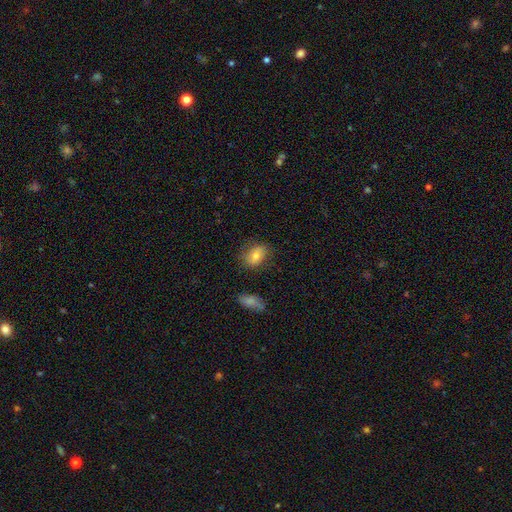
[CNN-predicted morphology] A smooth galaxy with no disk features (73%) that is in between round and cigar-shaped (73%). Merging: none (75%).